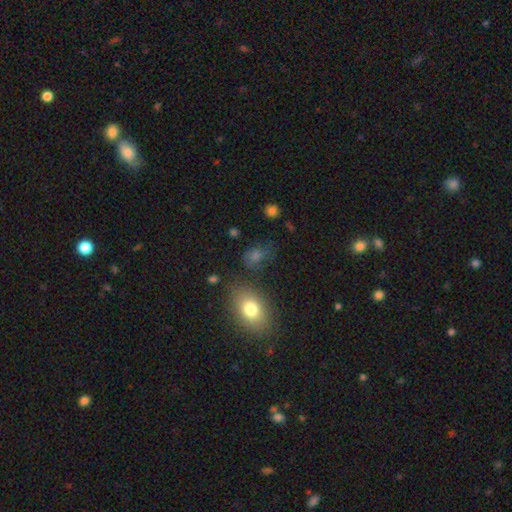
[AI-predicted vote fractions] Smooth or featured: smooth — 60% (star or artifact — 22%)
How rounded: in between — 67% (round — 30%)
Merging: none — 68% (minor disturbance — 18%)